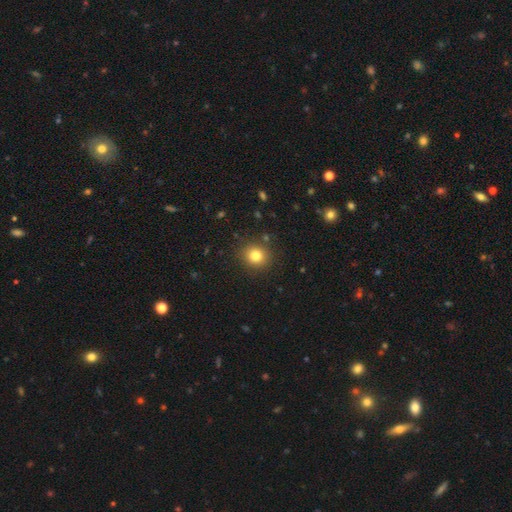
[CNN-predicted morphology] Smooth or featured? Predicted: smooth (p=0.80). How rounded? Predicted: round (p=0.86). Merging? Predicted: none (p=0.88).